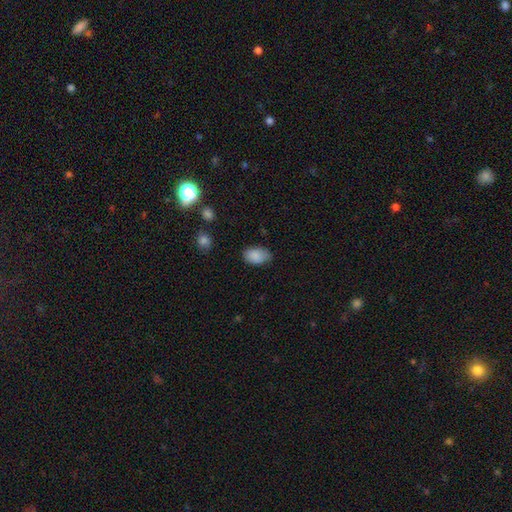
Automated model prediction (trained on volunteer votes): Smooth or featured? smooth (87%)
How rounded? in between (89%)
Merging? none (73%)